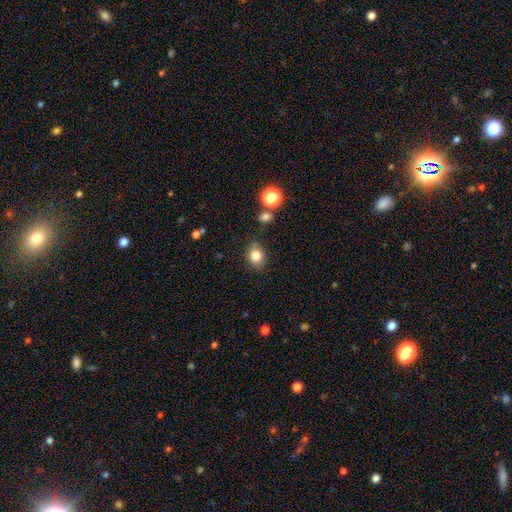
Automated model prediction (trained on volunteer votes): A smooth galaxy with no disk features (83%) that is round (58%). Merging: none (81%).